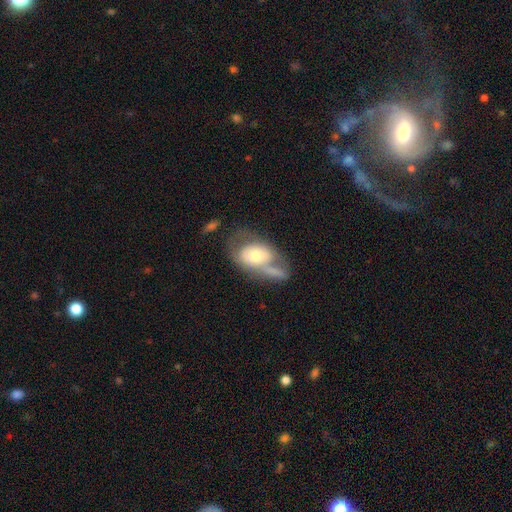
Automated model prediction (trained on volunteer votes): Smooth or featured?
  - smooth: 52% *
  - featured or disk: 41%
  - star or artifact: 7%
How rounded?
  - in between: 82% *
  - round: 15%
  - cigar-shaped: 2%
Merging?
  - merger: 33% *
  - major disturbance: 26%
  - none: 23%
  - minor disturbance: 18%